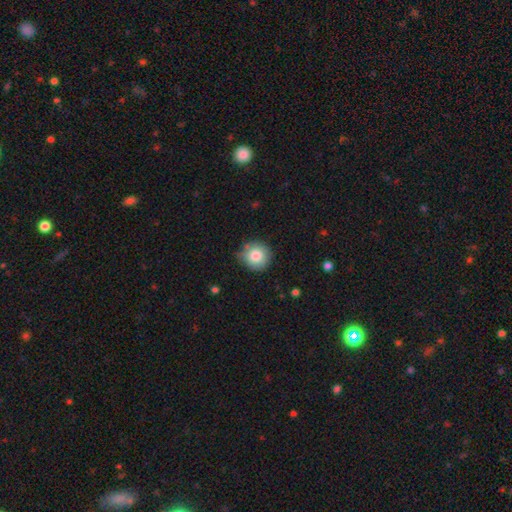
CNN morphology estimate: A smooth galaxy with no disk features (82%) that is round (94%). Merging: none (79%).